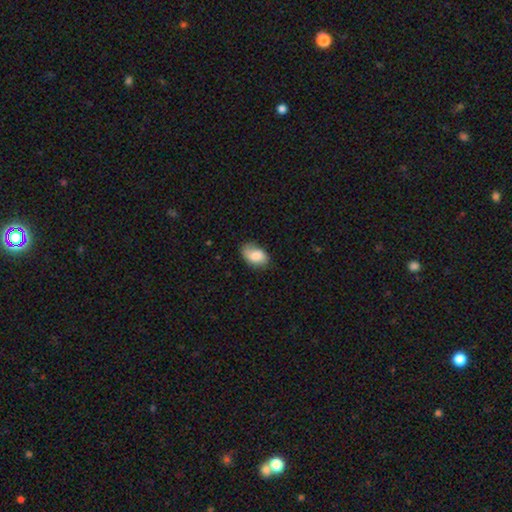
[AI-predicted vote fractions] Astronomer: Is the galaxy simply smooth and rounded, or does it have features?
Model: smooth — 77%.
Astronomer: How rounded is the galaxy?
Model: in between — 89%.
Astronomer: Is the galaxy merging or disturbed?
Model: none — 61%.